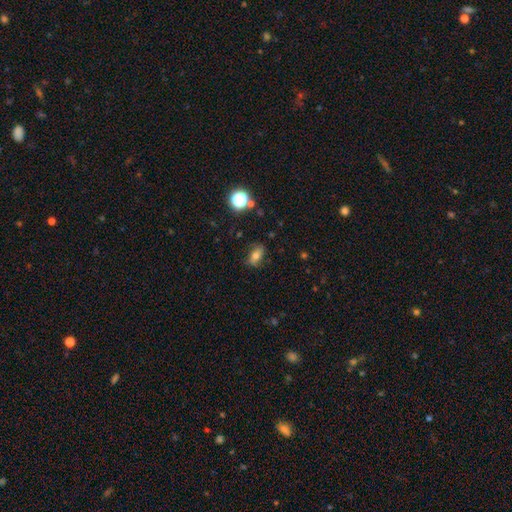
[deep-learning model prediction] This appears to be a smooth galaxy with no disk features (62%) that is in between round and cigar-shaped (78%). Merging: none (76%).